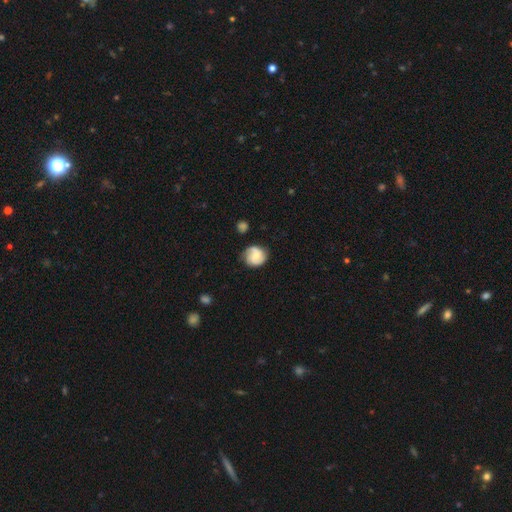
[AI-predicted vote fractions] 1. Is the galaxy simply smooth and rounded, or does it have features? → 58% featured or disk, 35% smooth, 7% star or artifact.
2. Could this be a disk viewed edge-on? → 98% no, 2% yes.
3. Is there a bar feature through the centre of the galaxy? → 45% no, 44% weak, 10% strong.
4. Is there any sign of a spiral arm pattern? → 93% yes, 7% no.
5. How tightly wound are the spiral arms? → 44% medium, 35% tight, 21% loose.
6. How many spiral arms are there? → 78% 2, 9% can't tell, 5% 3, 5% 1, 1% 4, 1% more than 4.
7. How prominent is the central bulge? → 44% small, 32% moderate, 17% none, 5% large, 2% dominant.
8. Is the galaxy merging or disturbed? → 75% none, 18% minor disturbance, 5% major disturbance, 2% merger.